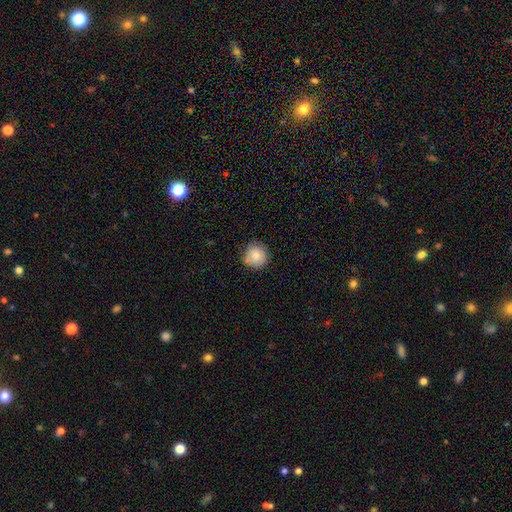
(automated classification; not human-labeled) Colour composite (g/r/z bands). It shows a smooth galaxy with no disk features (78%) that is round (92%). Merging: none (75%).